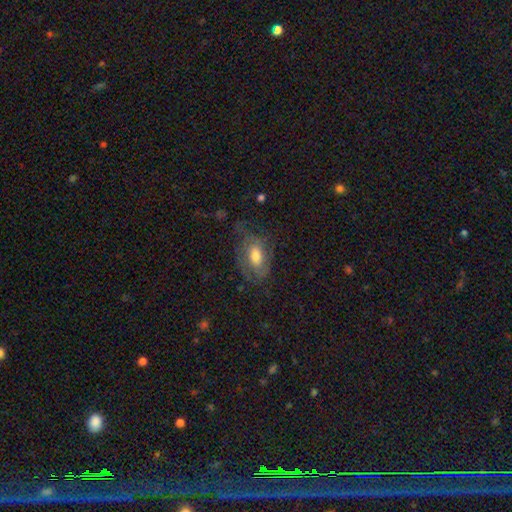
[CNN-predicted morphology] A featured or disk galaxy (48%). Merging: none (55%).